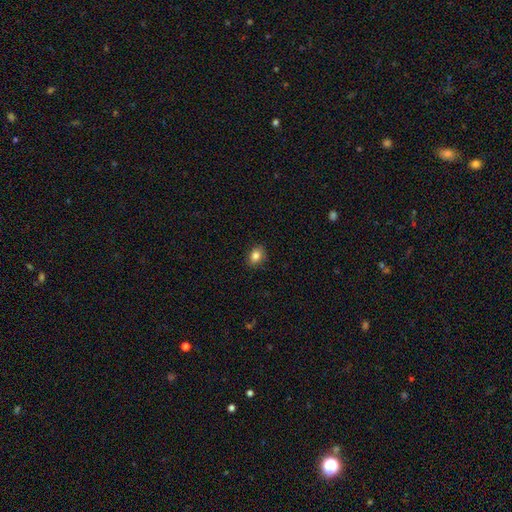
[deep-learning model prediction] This is clearly a smooth galaxy (83%). How rounded: likely in between (66%). Merging: clearly none (87%).